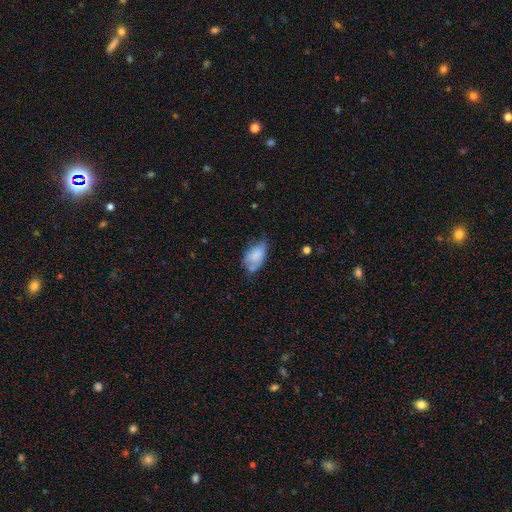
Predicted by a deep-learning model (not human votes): A smooth galaxy with no disk features (71%) that is in between round and cigar-shaped (91%).

Vote fractions:
- Smooth or featured? smooth: 71% / featured or disk: 20% / star or artifact: 8%
- How rounded? in between: 91% / round: 6% / cigar-shaped: 3%
- Merging? minor disturbance: 39% / none: 36% / major disturbance: 16% / merger: 10%